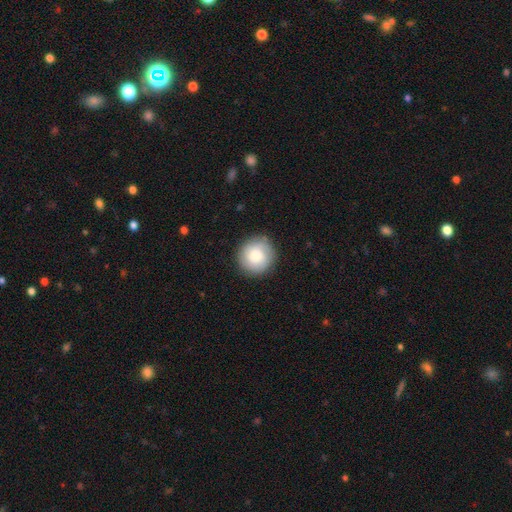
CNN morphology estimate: Q: Smooth or featured?
A: smooth (71%); runner-up: featured or disk (22%)
Q: How rounded?
A: round (93%); runner-up: in between (6%)
Q: Merging?
A: none (87%); runner-up: minor disturbance (9%)